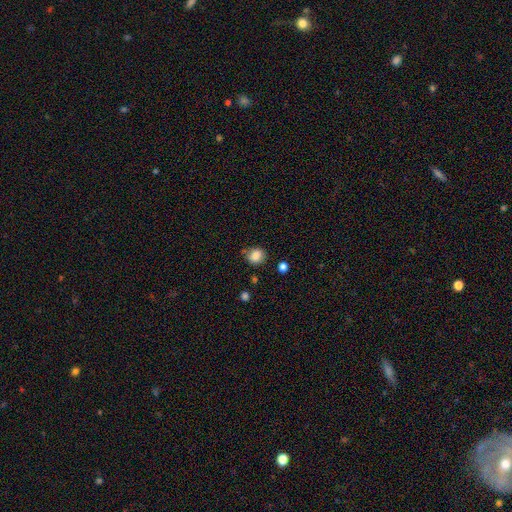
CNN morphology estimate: A smooth galaxy with no disk features (83%) that is round (72%).

Vote fractions:
- Smooth or featured? smooth: 83% / star or artifact: 10% / featured or disk: 7%
- How rounded? round: 72% / in between: 27% / cigar-shaped: 1%
- Merging? none: 71% / minor disturbance: 19% / merger: 5% / major disturbance: 5%